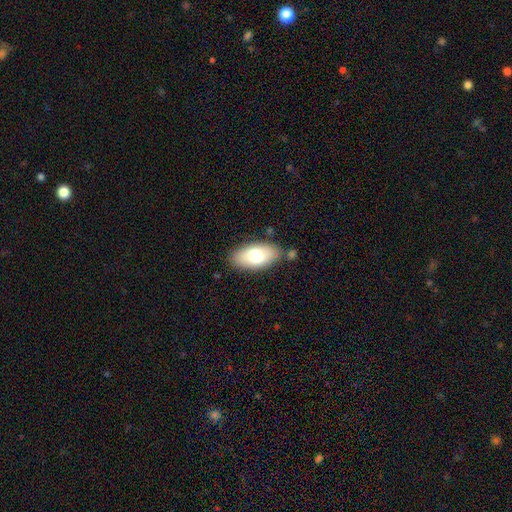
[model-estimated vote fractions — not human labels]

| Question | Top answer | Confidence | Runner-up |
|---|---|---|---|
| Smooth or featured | smooth | 73% | featured or disk (20%) |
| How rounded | in between | 92% | cigar-shaped (5%) |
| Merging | none | 80% | minor disturbance (12%) |